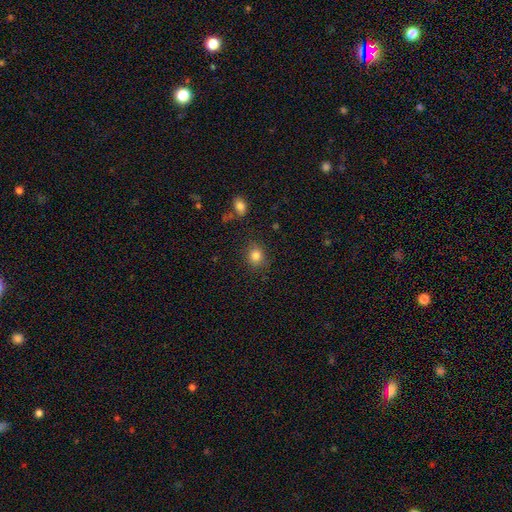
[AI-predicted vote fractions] smooth 83%, star or artifact 11%, featured or disk 6%. Down the decision tree: how rounded — round (72%); merging — none (83%).